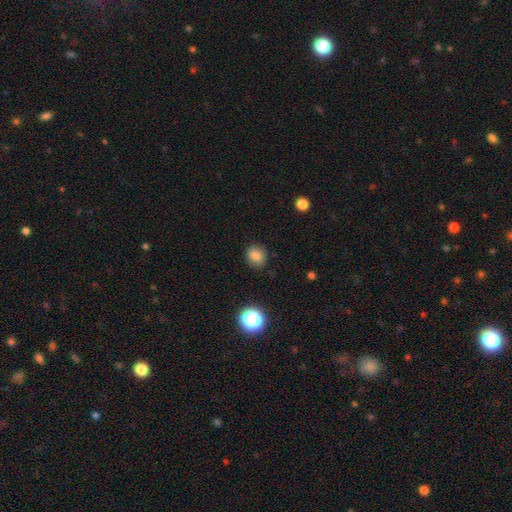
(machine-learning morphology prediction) Smooth or featured? smooth (82%)
How rounded? round (74%)
Merging? none (87%)